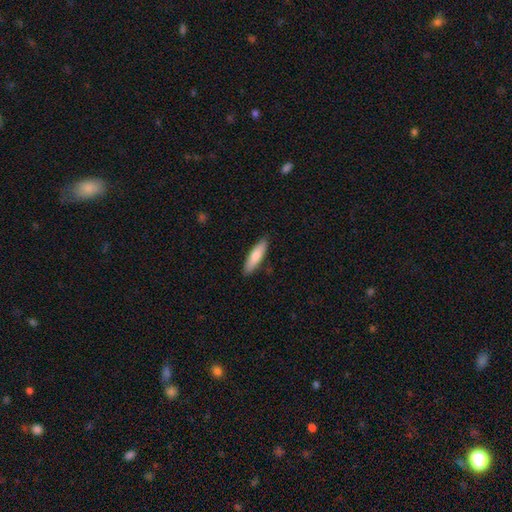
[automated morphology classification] A smooth galaxy with no disk features (79%) that is cigar-shaped (68%).

Vote fractions:
- Smooth or featured? smooth: 79% / featured or disk: 16% / star or artifact: 5%
- How rounded? cigar-shaped: 68% / in between: 31% / round: 1%
- Merging? none: 88% / minor disturbance: 9% / major disturbance: 2% / merger: 1%